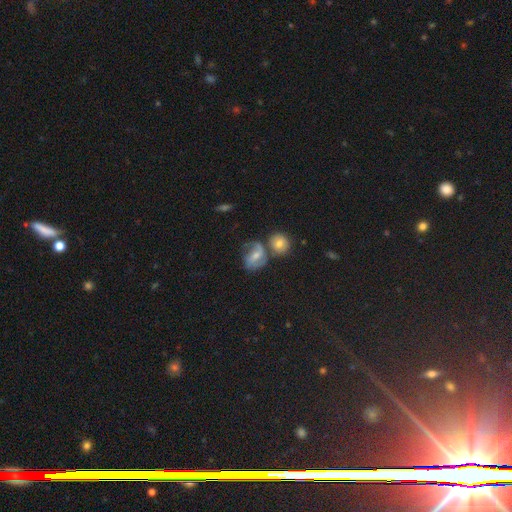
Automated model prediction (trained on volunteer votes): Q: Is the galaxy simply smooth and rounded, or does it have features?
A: featured or disk — 64%.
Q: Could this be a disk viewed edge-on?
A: no — 97%.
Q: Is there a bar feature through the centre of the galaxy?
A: weak — 47%.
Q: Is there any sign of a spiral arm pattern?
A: yes — 89%.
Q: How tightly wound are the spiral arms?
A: medium — 47%.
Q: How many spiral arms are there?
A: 2 — 71%.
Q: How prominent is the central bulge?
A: moderate — 48%.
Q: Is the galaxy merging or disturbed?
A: none — 45%.